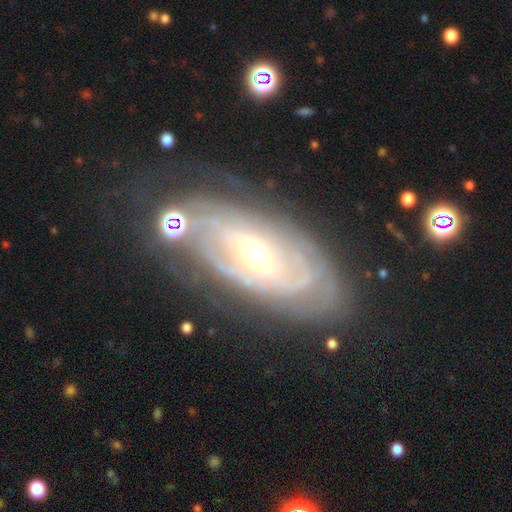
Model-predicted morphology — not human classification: This appears to be a featured or disk galaxy (85%) with no bar (45%), tight (73%) spiral arms (89%) and a moderate central bulge (64%). Merging: none (72%).